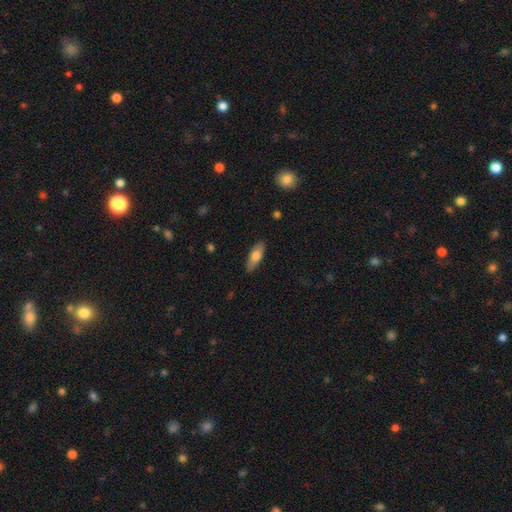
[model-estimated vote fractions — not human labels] Q: Smooth or featured?
A: smooth (73%); runner-up: featured or disk (21%)
Q: How rounded?
A: in between (64%); runner-up: cigar-shaped (34%)
Q: Merging?
A: none (87%); runner-up: minor disturbance (10%)